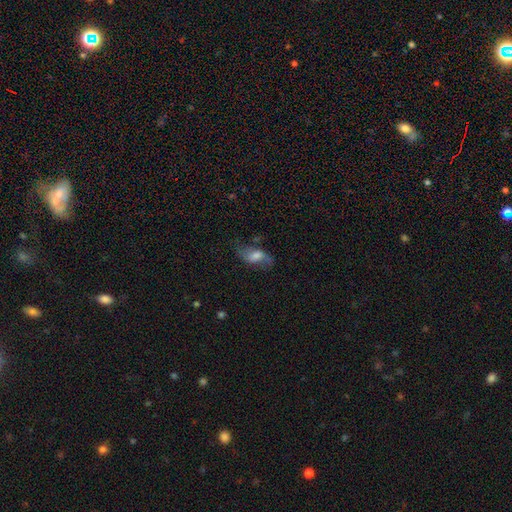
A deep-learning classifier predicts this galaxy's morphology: A featured or disk galaxy (50%).

Vote fractions:
- Smooth or featured? featured or disk: 50% / smooth: 41% / star or artifact: 10%
- Merging? none: 52% / minor disturbance: 24% / major disturbance: 21% / merger: 4%